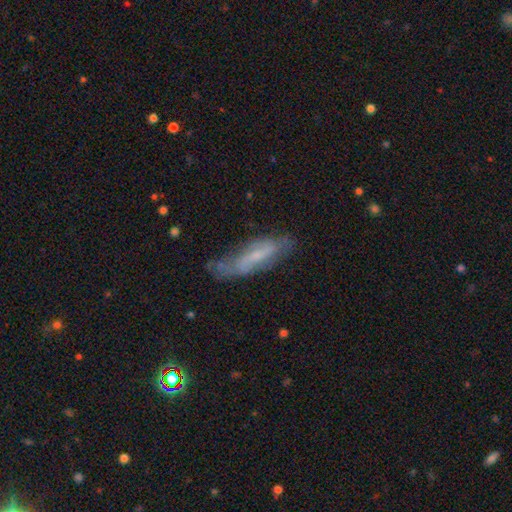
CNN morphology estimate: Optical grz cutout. It shows a featured or disk galaxy (53%). Merging: none (54%).